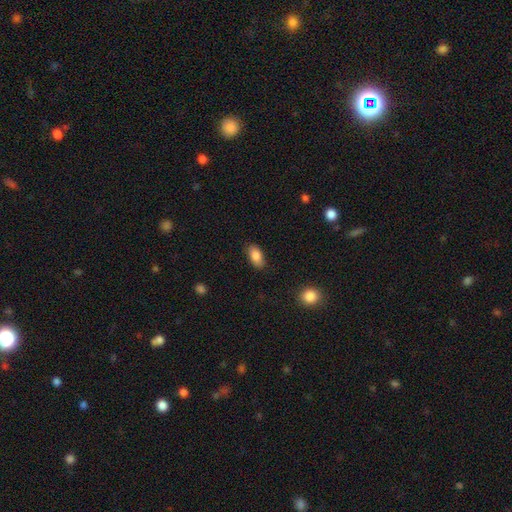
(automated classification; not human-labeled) Overall: smooth (86%). How rounded: in between (91%). Merging: none (85%).